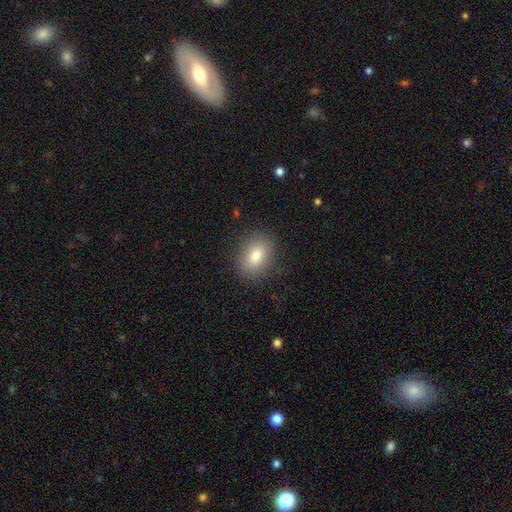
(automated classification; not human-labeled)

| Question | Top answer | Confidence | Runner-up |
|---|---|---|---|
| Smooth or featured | smooth | 81% | featured or disk (10%) |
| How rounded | in between | 73% | round (26%) |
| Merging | none | 87% | minor disturbance (9%) |